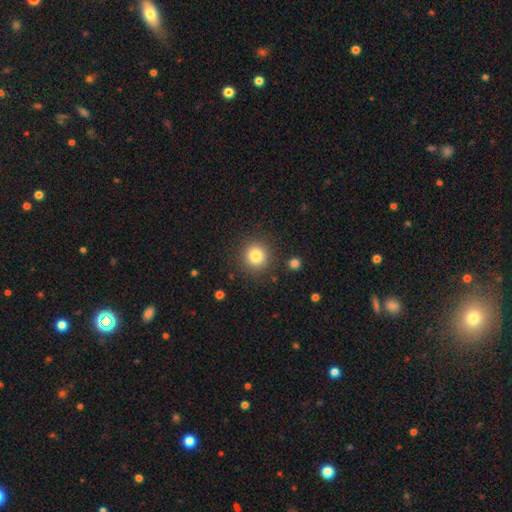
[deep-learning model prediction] A smooth galaxy with no disk features (82%) that is round (93%). Merging: none (88%).